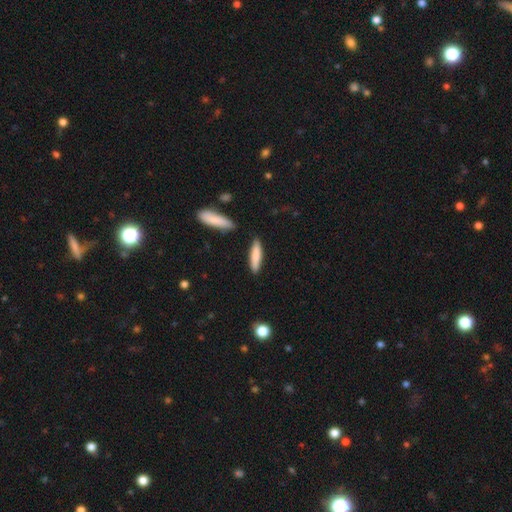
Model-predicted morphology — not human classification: smooth_or_featured: smooth (p=0.80) [alt: featured or disk p=0.15]
how_rounded: cigar-shaped (p=0.78) [alt: in between p=0.21]
merging: none (p=0.84) [alt: minor disturbance p=0.10]